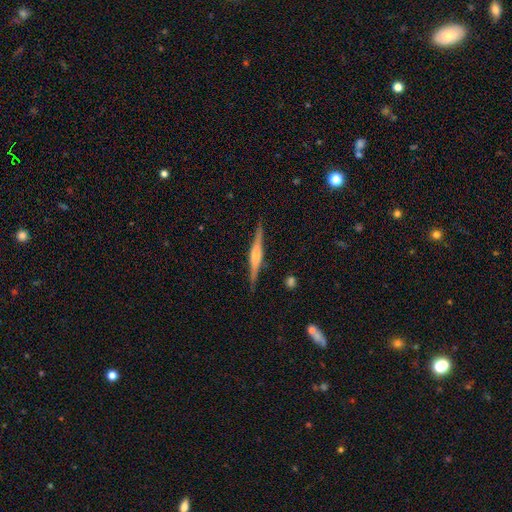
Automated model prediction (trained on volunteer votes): The model was most divided on "edge-on bulge": rounded: 65%, boxy: 28%, none: 7%. More confident: edge-on disk — yes (98%); merging — none (88%); smooth or featured — featured or disk (78%).